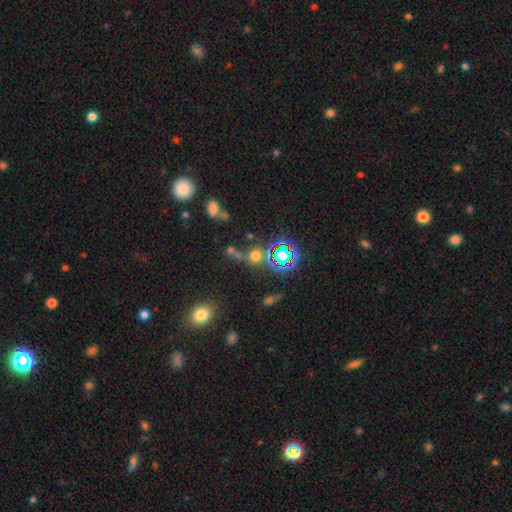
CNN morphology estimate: star or artifact 44% (tied), smooth 44% (tied), featured or disk 11%.